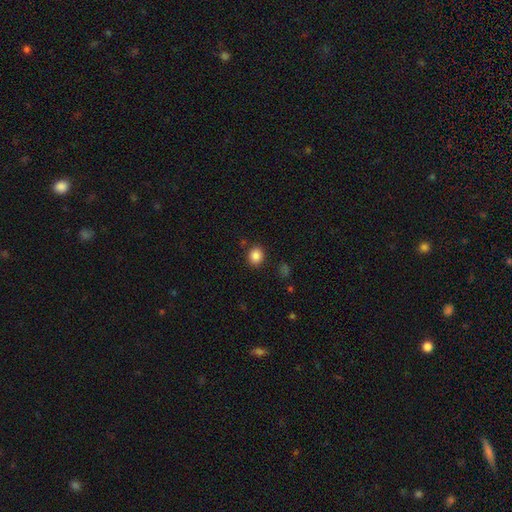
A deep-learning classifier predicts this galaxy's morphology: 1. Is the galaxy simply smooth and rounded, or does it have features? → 86% smooth, 10% star or artifact, 4% featured or disk.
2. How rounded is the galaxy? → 72% round, 27% in between, 1% cigar-shaped.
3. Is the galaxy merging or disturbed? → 85% none, 9% minor disturbance, 3% merger, 3% major disturbance.